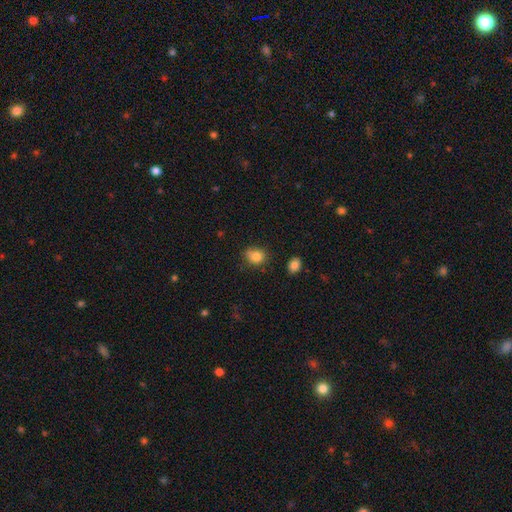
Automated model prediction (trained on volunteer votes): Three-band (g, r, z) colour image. It shows a smooth galaxy with no disk features (84%) that is round (57%). Merging: none (71%).